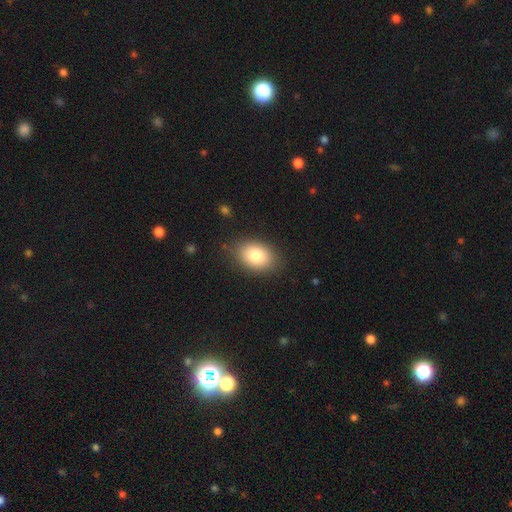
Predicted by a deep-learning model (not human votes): smooth-or-featured: smooth: 83% | featured or disk: 9% | star or artifact: 8%
  how-rounded: in between: 81% | round: 18% | cigar-shaped: 1%
  merging: none: 83% | minor disturbance: 12% | major disturbance: 3% | merger: 1%